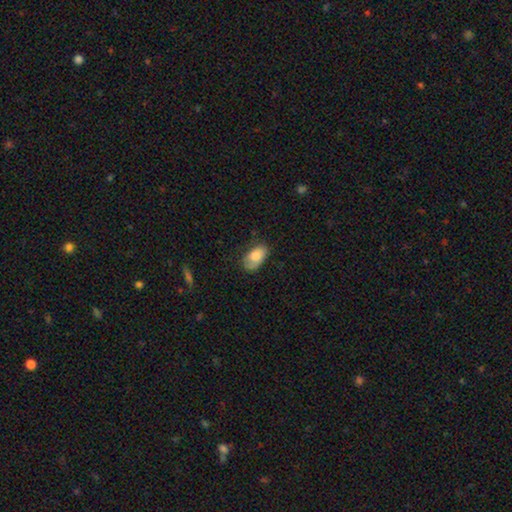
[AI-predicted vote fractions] Smooth or featured? Predicted: smooth (p=0.80). How rounded? Predicted: in between (p=0.93). Merging? Predicted: none (p=0.62).